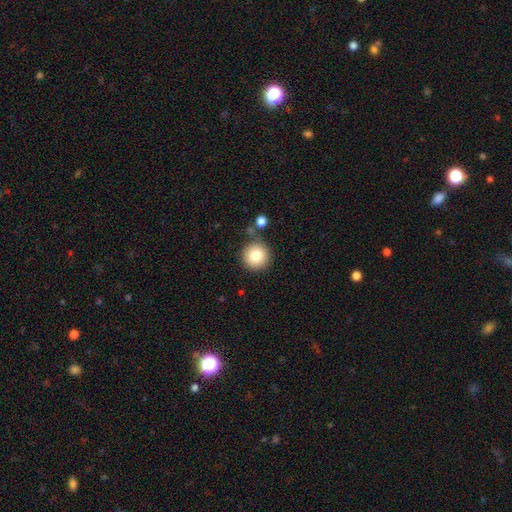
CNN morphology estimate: smooth 82%, star or artifact 10%, featured or disk 8%. Down the decision tree: how rounded — round (95%); merging — none (83%).